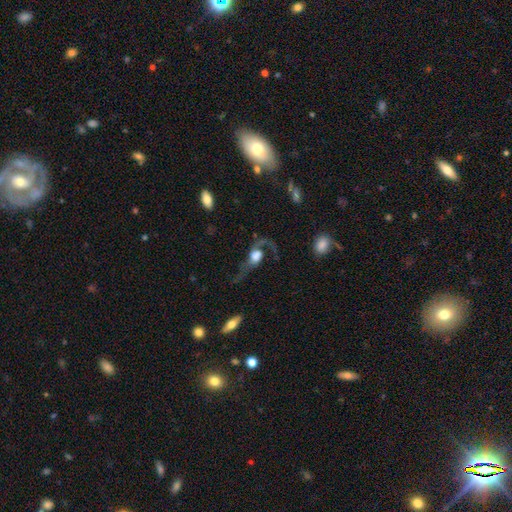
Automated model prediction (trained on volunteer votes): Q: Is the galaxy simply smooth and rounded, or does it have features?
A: featured or disk — 69%.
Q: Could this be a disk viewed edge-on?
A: no — 85%.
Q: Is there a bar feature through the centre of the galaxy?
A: no — 68%.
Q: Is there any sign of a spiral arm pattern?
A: yes — 82%.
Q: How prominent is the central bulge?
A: large — 48%.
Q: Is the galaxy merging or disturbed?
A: major disturbance — 41%.